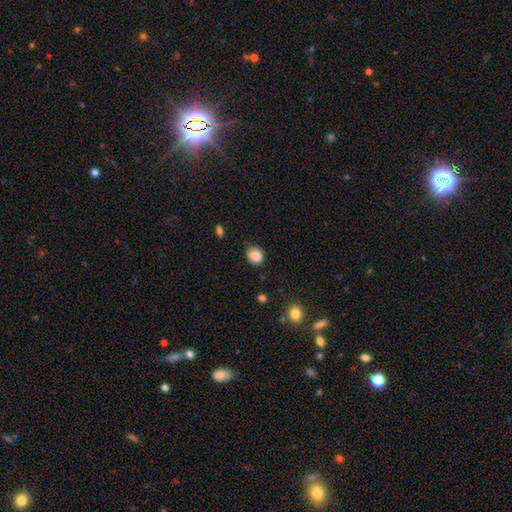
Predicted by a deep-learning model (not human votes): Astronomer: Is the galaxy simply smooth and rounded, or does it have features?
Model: smooth — 87%.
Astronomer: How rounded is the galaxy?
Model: round — 62%.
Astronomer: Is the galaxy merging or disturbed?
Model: none — 71%.